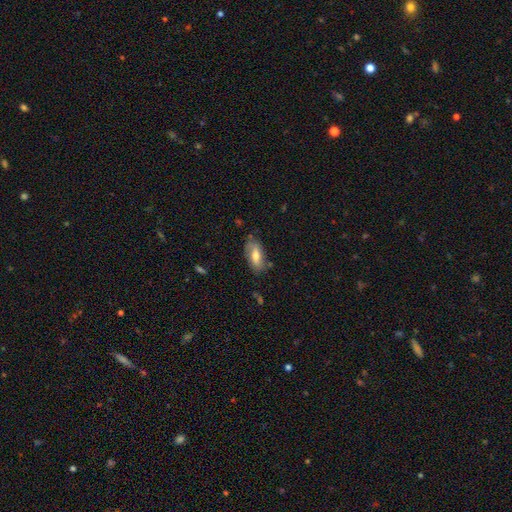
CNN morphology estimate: This is likely a smooth galaxy (61%). How rounded: clearly in between (86%). Merging: likely none (73%).